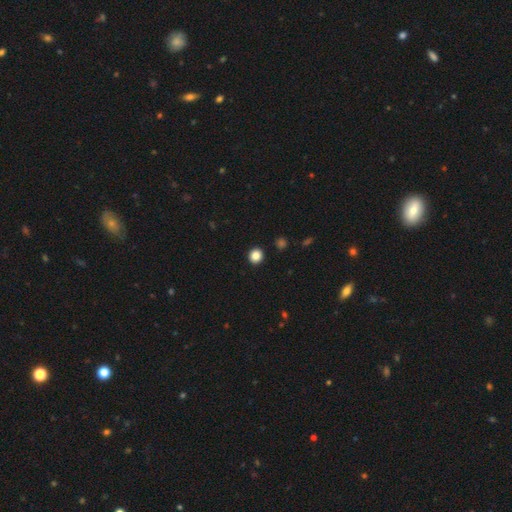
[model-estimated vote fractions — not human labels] Smooth or featured? smooth (86%)
How rounded? round (90%)
Merging? none (93%)